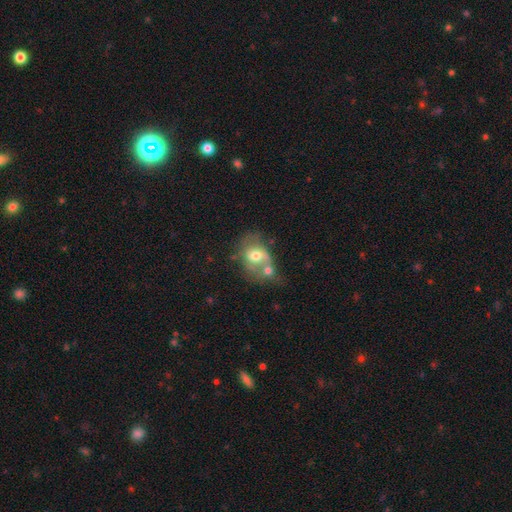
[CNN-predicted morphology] smooth-or-featured: smooth: 46% | featured or disk: 45% | star or artifact: 9%
  merging: merger: 52% | none: 20% | minor disturbance: 14% | major disturbance: 14%